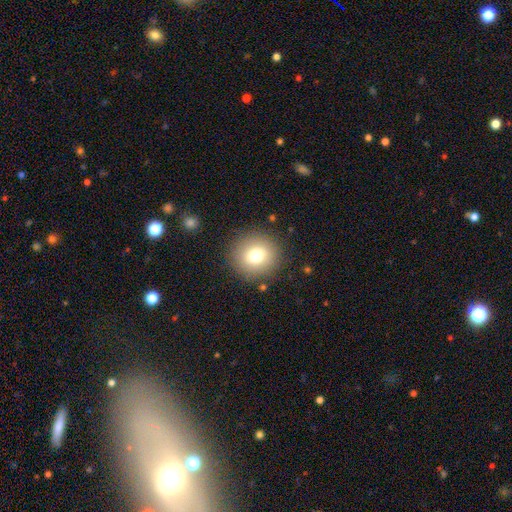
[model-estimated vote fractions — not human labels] This is likely a smooth galaxy (75%). How rounded: clearly round (92%). Merging: clearly none (88%).